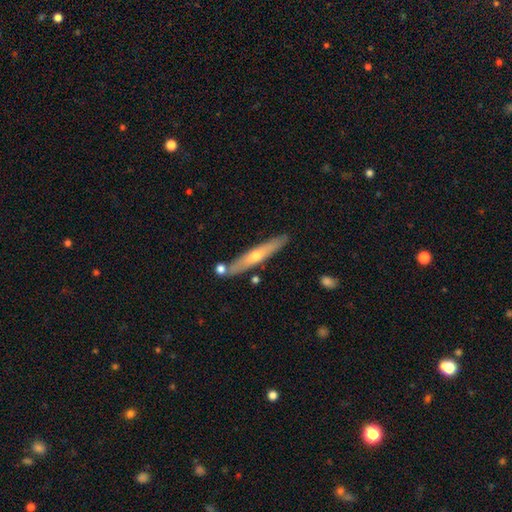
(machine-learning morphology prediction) featured or disk 53%, smooth 41%, star or artifact 6%. Down the decision tree: edge-on disk — yes (88%); merging — none (83%).